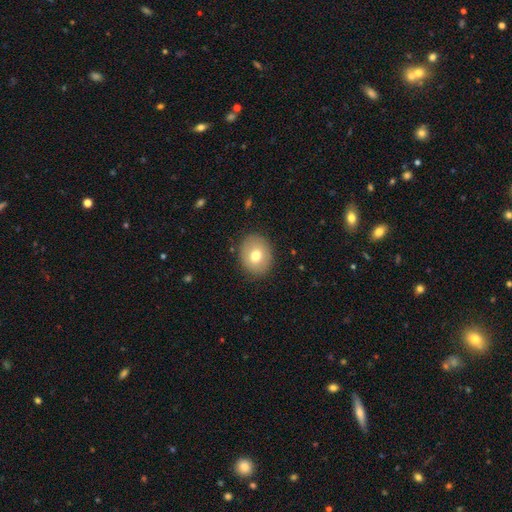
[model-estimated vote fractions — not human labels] The model was most divided on "how rounded": round: 61%, in between: 38%, cigar-shaped: 1%. More confident: merging — none (87%); smooth or featured — smooth (73%).